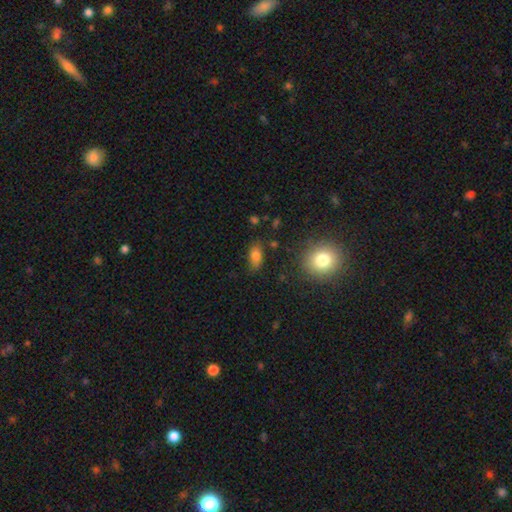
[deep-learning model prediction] Q: Smooth or featured?
A: smooth (79%); runner-up: star or artifact (11%)
Q: How rounded?
A: in between (85%); runner-up: round (8%)
Q: Merging?
A: none (76%); runner-up: minor disturbance (17%)